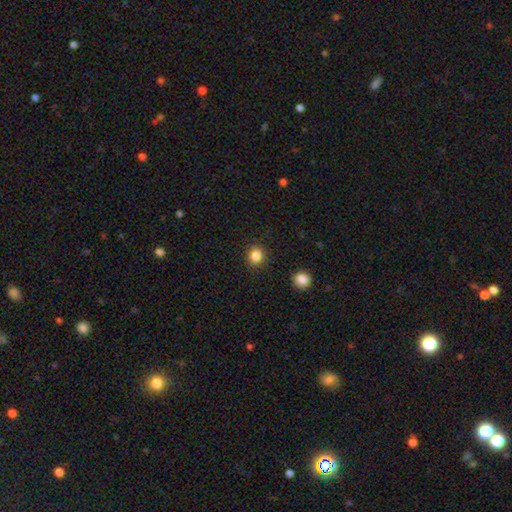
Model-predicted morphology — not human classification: A smooth galaxy with no disk features (85%) that is round (84%). Merging: none (90%).